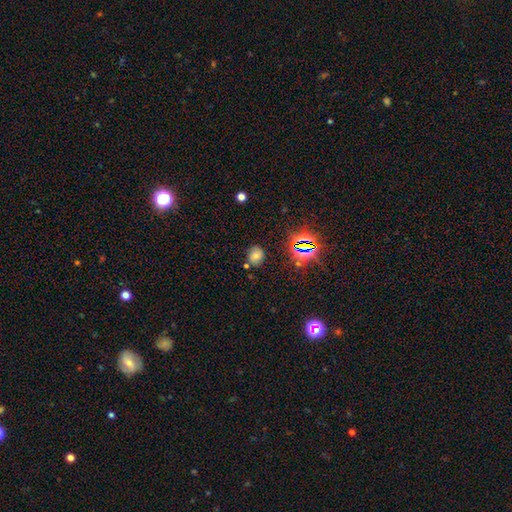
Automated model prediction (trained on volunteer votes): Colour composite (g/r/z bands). It shows a smooth galaxy with no disk features (63%) that is round (56%). Merging: none (75%).